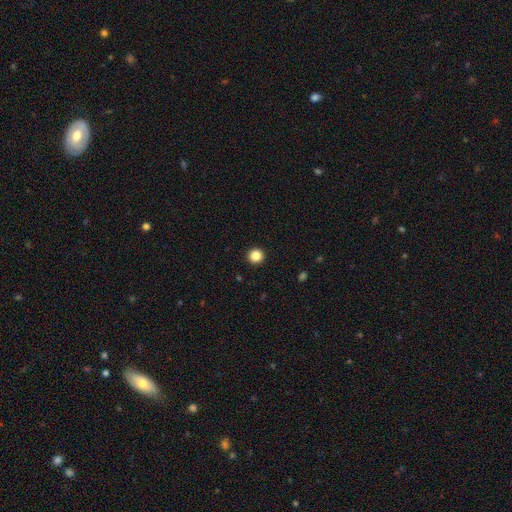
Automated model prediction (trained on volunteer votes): smooth_or_featured: smooth (p=0.86) [alt: star or artifact p=0.10]
how_rounded: round (p=0.95) [alt: in between p=0.04]
merging: none (p=0.94) [alt: minor disturbance p=0.04]